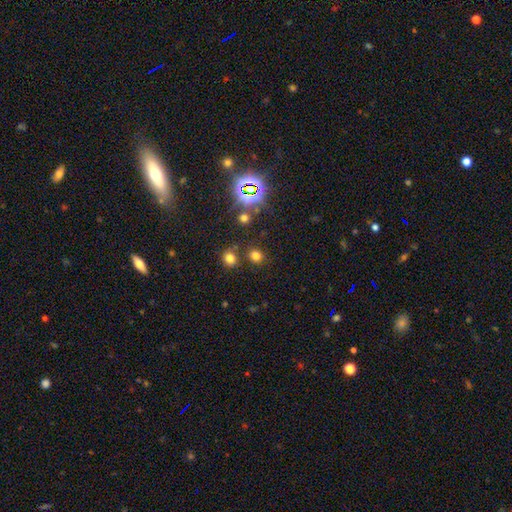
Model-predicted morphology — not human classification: Q: Smooth or featured?
A: smooth (68%); runner-up: star or artifact (26%)
Q: How rounded?
A: round (80%); runner-up: in between (19%)
Q: Merging?
A: none (79%); runner-up: merger (10%)